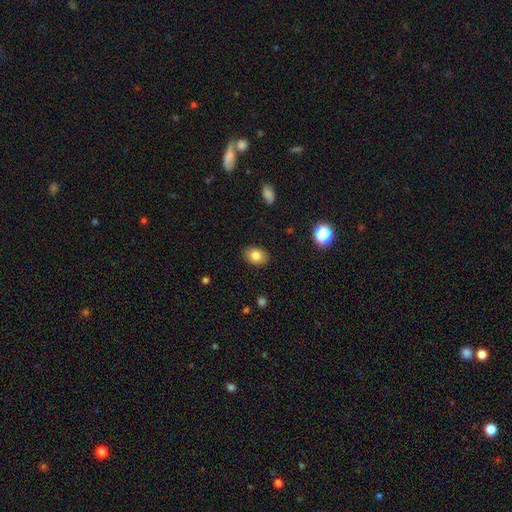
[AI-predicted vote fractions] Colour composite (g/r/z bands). It shows a smooth galaxy with no disk features (82%) that is in between round and cigar-shaped (68%). Merging: none (88%).